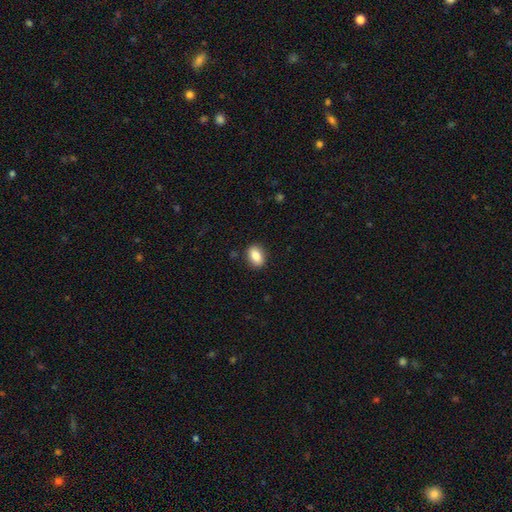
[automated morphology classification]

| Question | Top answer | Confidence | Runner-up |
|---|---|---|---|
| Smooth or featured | smooth | 85% | star or artifact (8%) |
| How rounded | in between | 82% | round (16%) |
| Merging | none | 89% | minor disturbance (8%) |